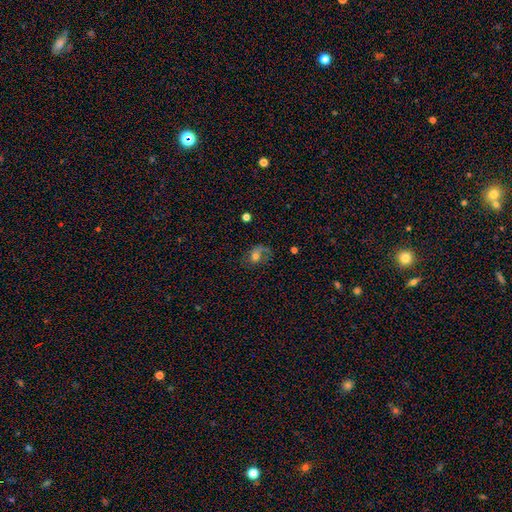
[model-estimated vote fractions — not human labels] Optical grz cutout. It shows a smooth galaxy with no disk features (43%). Merging: none (46%).